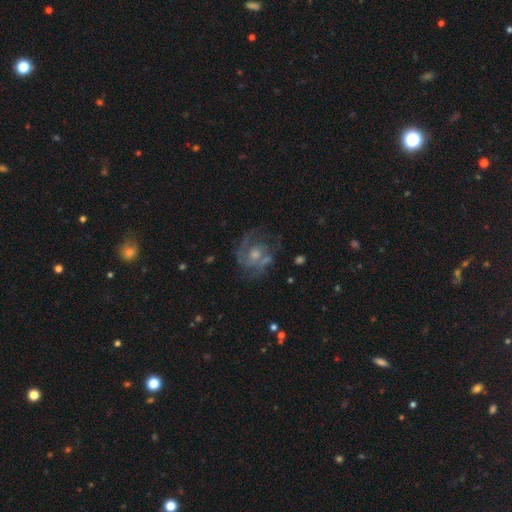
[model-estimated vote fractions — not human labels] Q: Smooth or featured?
A: featured or disk (73%); runner-up: smooth (19%)
Q: Edge-on disk?
A: no (98%); runner-up: yes (2%)
Q: Bar?
A: no (71%); runner-up: weak (25%)
Q: Spiral arms?
A: yes (80%); runner-up: no (20%)
Q: Spiral winding?
A: medium (46%); runner-up: tight (33%)
Q: Spiral arm count?
A: 2 (44%); runner-up: can't tell (26%)
Q: Bulge size?
A: moderate (49%); runner-up: small (38%)
Q: Merging?
A: none (55%); runner-up: major disturbance (21%)